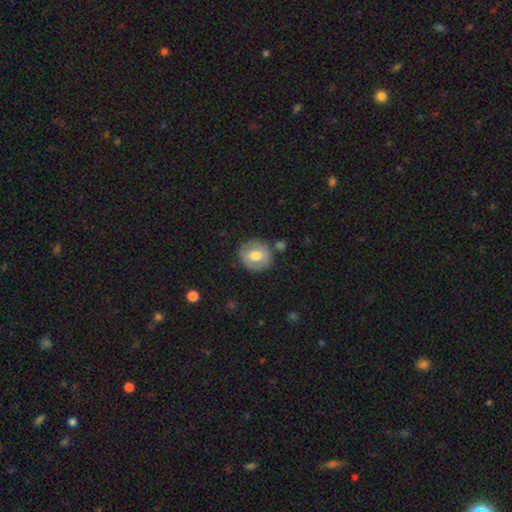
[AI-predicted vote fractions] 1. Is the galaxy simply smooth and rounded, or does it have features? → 62% smooth, 31% featured or disk, 7% star or artifact.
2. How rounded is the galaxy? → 81% round, 18% in between, 1% cigar-shaped.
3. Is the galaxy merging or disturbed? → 79% none, 13% minor disturbance, 4% merger, 4% major disturbance.